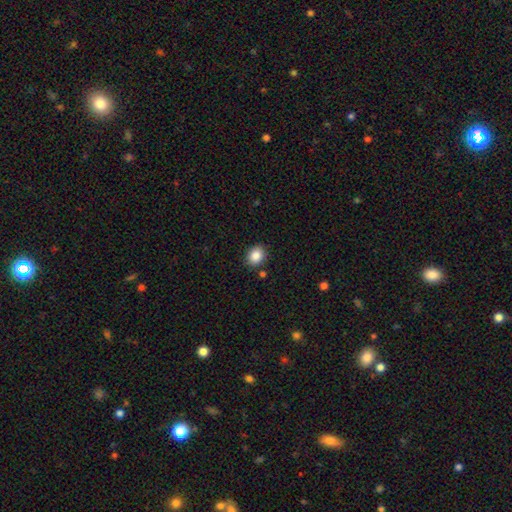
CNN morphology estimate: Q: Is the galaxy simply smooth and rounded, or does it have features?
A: smooth — 86%.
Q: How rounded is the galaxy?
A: round — 52%.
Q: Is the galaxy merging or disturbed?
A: none — 86%.